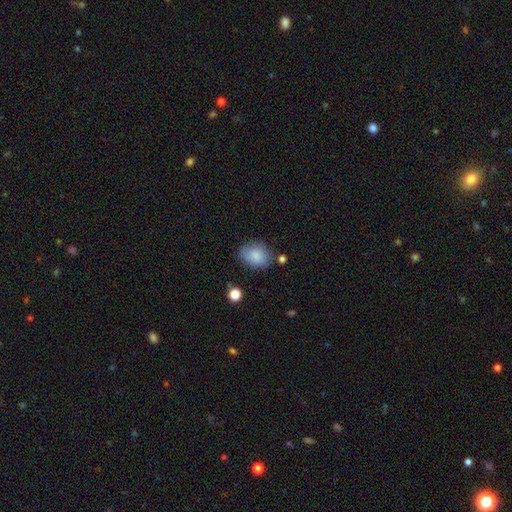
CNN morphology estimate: Overall: smooth (85%). How rounded: in between (61%; round 38%). Merging: none (70%).